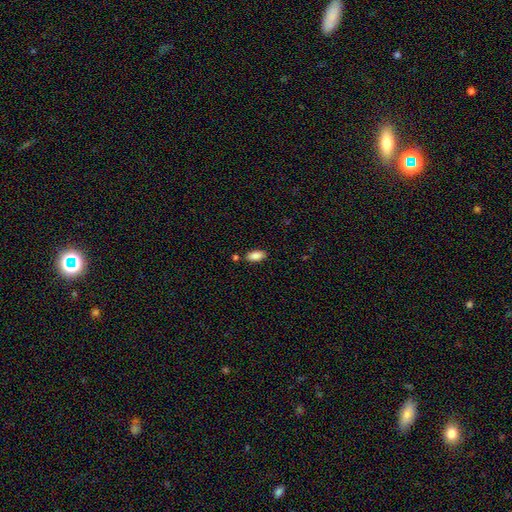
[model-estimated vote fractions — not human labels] Smooth or featured? Predicted: smooth (p=0.87). How rounded? Predicted: in between (p=0.91). Merging? Predicted: none (p=0.82).